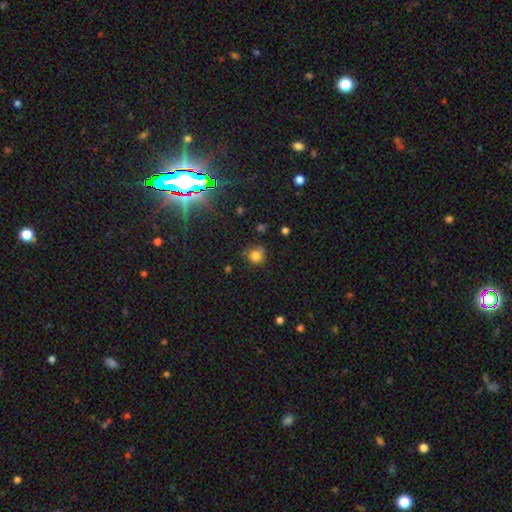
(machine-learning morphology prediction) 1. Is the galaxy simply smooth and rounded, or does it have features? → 79% smooth, 14% star or artifact, 7% featured or disk.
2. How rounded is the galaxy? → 87% round, 12% in between, 1% cigar-shaped.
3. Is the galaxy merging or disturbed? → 71% none, 21% minor disturbance, 5% major disturbance, 3% merger.